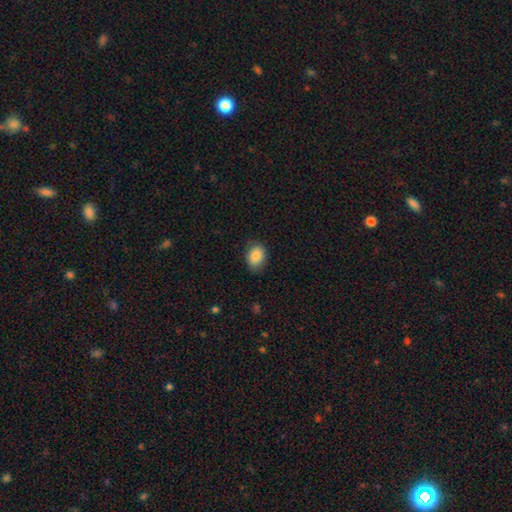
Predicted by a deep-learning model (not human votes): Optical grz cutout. It shows a smooth galaxy with no disk features (87%) that is in between round and cigar-shaped (74%). Merging: none (80%).